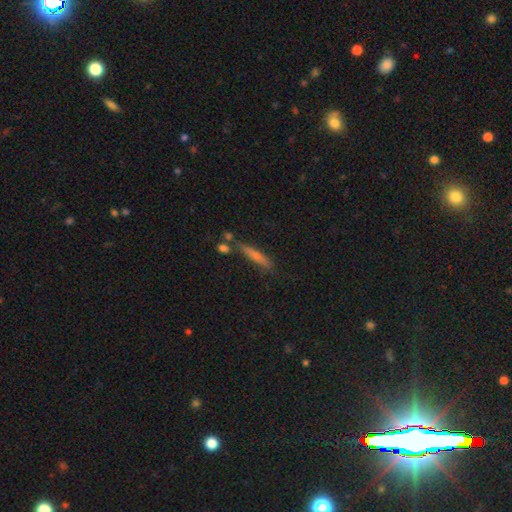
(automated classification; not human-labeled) The model was most divided on "smooth or featured": smooth: 49%, featured or disk: 40%, star or artifact: 10%. More confident: merging — none (74%).